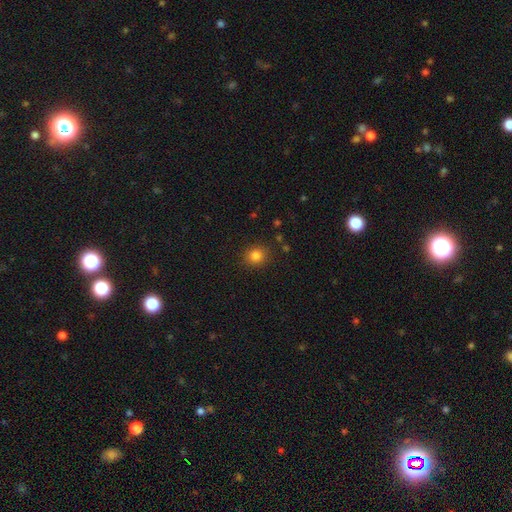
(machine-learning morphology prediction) This is clearly a smooth galaxy (83%). How rounded: clearly round (82%). Merging: clearly none (88%).